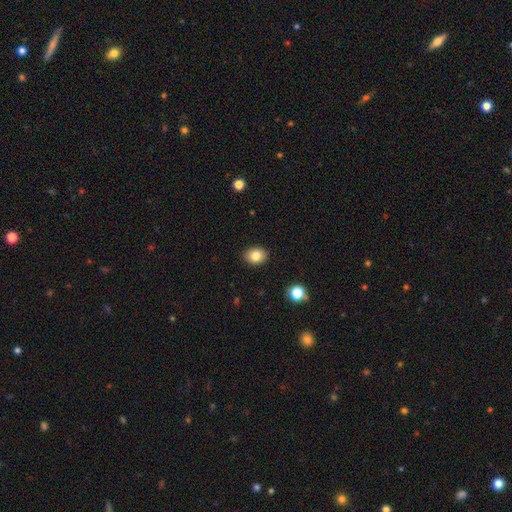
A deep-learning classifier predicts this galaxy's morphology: Smooth or featured? Predicted: smooth (p=0.83). How rounded? Predicted: in between (p=0.60). Merging? Predicted: none (p=0.89).